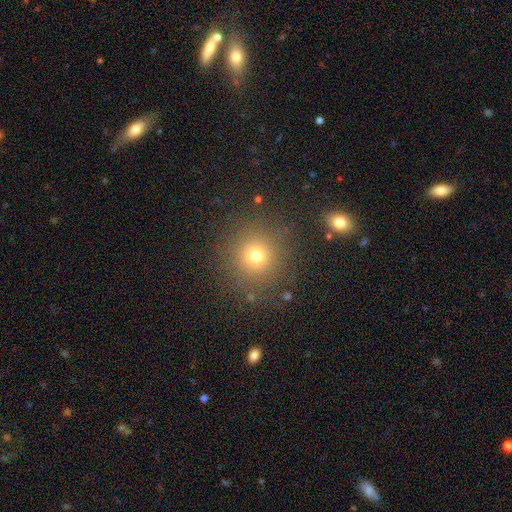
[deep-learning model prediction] Smooth or featured?
  - smooth: 70% *
  - star or artifact: 20%
  - featured or disk: 10%
How rounded?
  - round: 93% *
  - in between: 6%
  - cigar-shaped: 1%
Merging?
  - none: 86% *
  - minor disturbance: 8%
  - major disturbance: 4%
  - merger: 2%